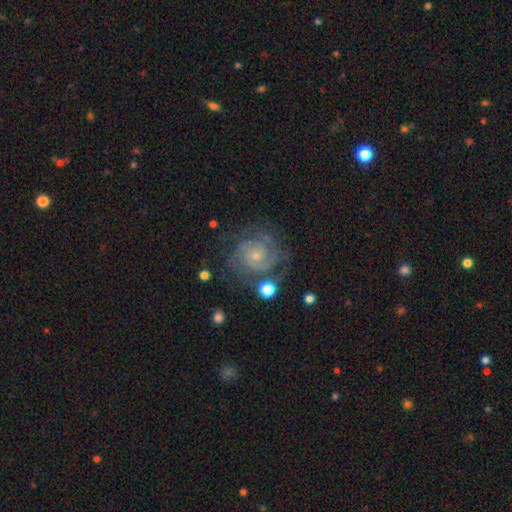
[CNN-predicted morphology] A featured or disk galaxy (83%) with no bar (76%), 2 (39%) tight (67%) spiral arms (95%) and a small central bulge (71%).

Vote fractions:
- Smooth or featured? featured or disk: 83% / smooth: 10% / star or artifact: 7%
- Edge-on disk? no: 98% / yes: 2%
- Bar? no: 76% / weak: 20% / strong: 4%
- Spiral arms? yes: 95% / no: 5%
- Spiral winding? tight: 67% / medium: 27% / loose: 6%
- Spiral arm count? 2: 39% / can't tell: 24% / 3: 22% / 4: 6% / 1: 5% / more than 4: 4%
- Bulge size? small: 71% / moderate: 24% / none: 3% / large: 1% / dominant: 1%
- Merging? none: 68% / minor disturbance: 18% / major disturbance: 10% / merger: 3%